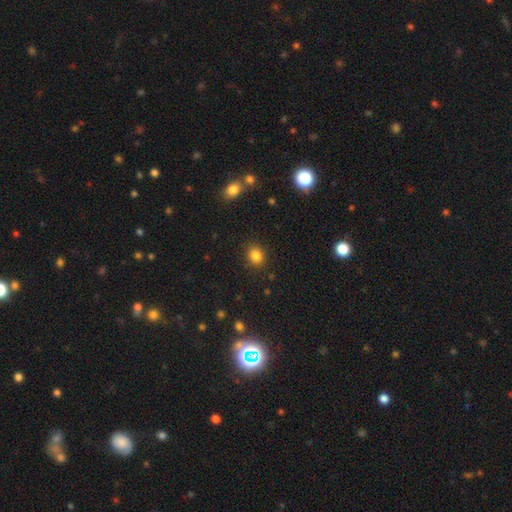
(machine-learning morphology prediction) type=smooth (84%); roundness=round (66%); merging=none (88%).